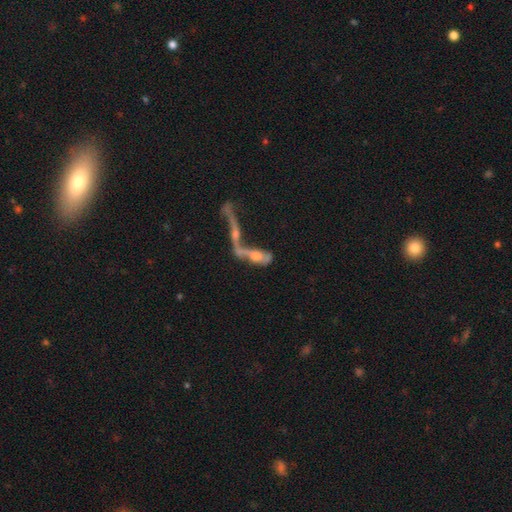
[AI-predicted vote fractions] Smooth or featured?
  - featured or disk: 62% *
  - smooth: 27%
  - star or artifact: 11%
Edge-on disk?
  - no: 65% *
  - yes: 35%
Merging?
  - merger: 68% *
  - none: 13%
  - major disturbance: 11%
  - minor disturbance: 7%